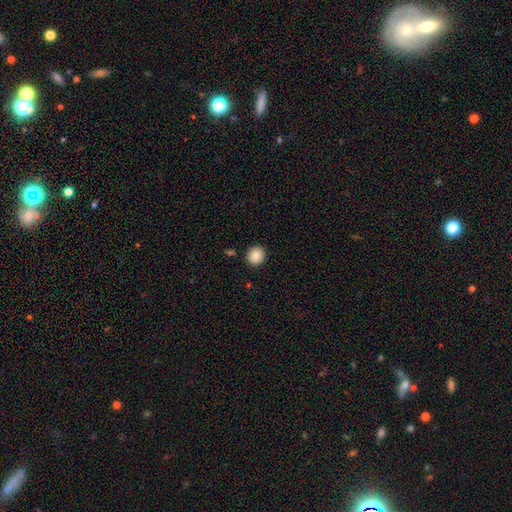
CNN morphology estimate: A smooth galaxy with no disk features (88%) that is round (84%).

Vote fractions:
- Smooth or featured? smooth: 88% / star or artifact: 8% / featured or disk: 4%
- How rounded? round: 84% / in between: 15% / cigar-shaped: 1%
- Merging? none: 91% / minor disturbance: 6% / major disturbance: 2% / merger: 2%